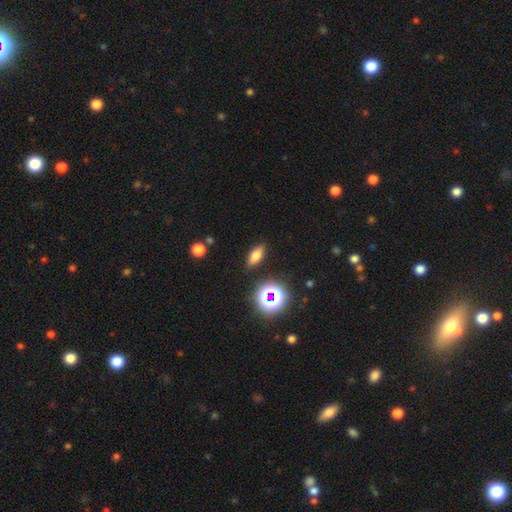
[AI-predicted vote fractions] Smooth or featured?
  - smooth: 64% *
  - featured or disk: 20%
  - star or artifact: 16%
How rounded?
  - in between: 64% *
  - cigar-shaped: 26%
  - round: 10%
Merging?
  - none: 87% *
  - minor disturbance: 9%
  - major disturbance: 3%
  - merger: 2%